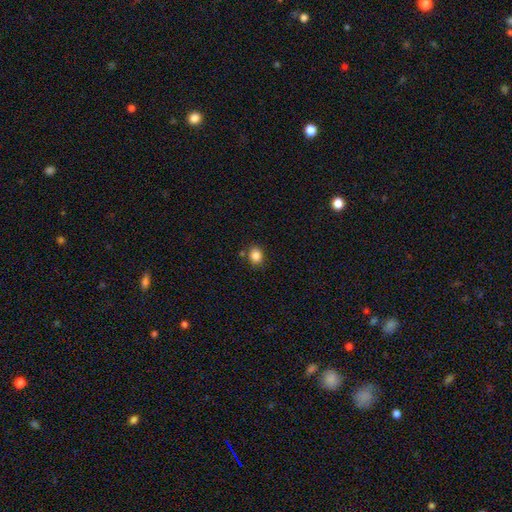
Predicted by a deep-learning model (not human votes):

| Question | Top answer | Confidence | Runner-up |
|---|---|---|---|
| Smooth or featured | smooth | 85% | star or artifact (11%) |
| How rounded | round | 62% | in between (37%) |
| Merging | none | 81% | minor disturbance (11%) |